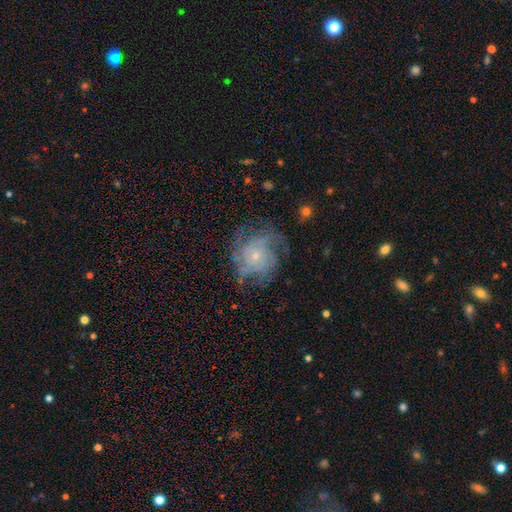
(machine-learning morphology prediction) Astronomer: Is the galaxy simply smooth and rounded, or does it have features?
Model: featured or disk — 69%.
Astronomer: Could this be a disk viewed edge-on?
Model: no — 97%.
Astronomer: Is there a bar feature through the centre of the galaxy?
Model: no — 84%.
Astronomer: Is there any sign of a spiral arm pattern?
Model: yes — 82%.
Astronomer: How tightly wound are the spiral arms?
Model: tight — 53% (runner-up: medium, 32%).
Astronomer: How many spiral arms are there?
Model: can't tell — 47%.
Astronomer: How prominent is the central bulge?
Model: small — 74%.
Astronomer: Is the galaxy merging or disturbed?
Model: none — 61%.